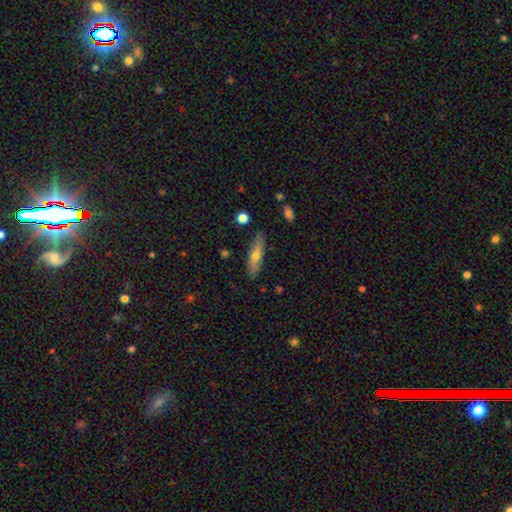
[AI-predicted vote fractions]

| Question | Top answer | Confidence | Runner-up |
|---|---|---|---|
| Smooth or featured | smooth | 59% | featured or disk (34%) |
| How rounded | cigar-shaped | 64% | in between (33%) |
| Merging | none | 83% | minor disturbance (13%) |